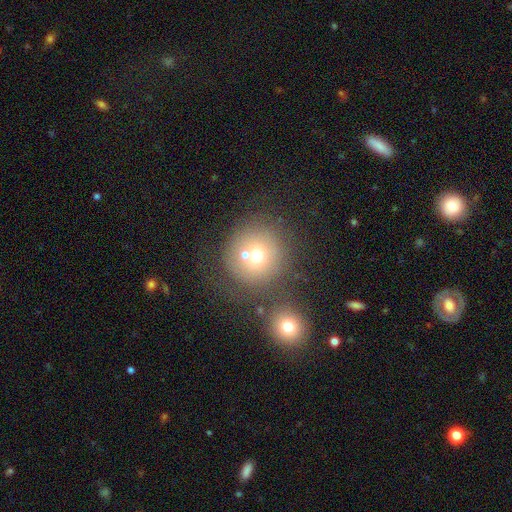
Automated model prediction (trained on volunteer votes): Smooth or featured? smooth (68%)
How rounded? round (93%)
Merging? none (57%)